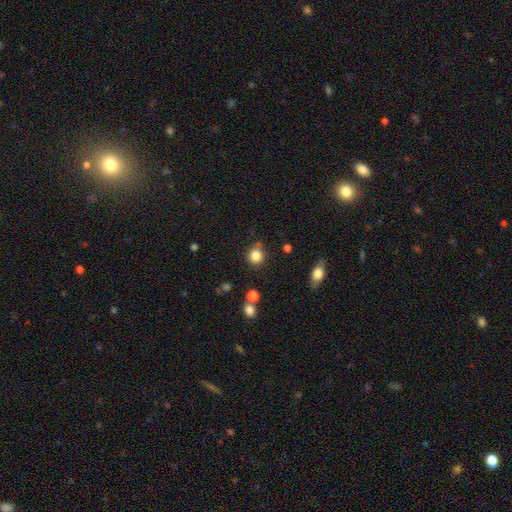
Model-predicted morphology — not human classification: Smooth or featured? Predicted: smooth (p=0.84). How rounded? Predicted: round (p=0.90). Merging? Predicted: none (p=0.81).